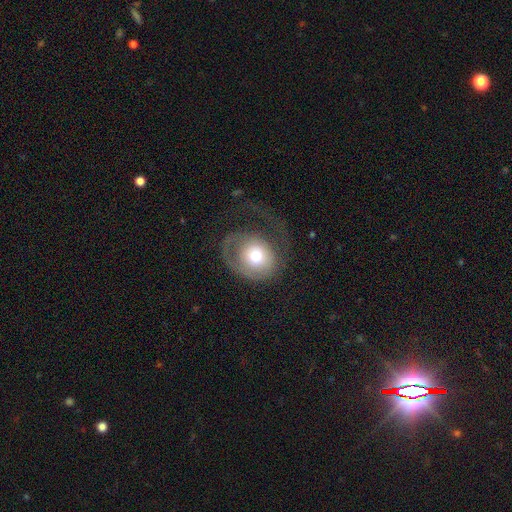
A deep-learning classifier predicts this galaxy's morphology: The model was most divided on "smooth or featured": smooth: 51%, featured or disk: 42%, star or artifact: 7%. More confident: how rounded — round (67%); merging — major disturbance (51%).